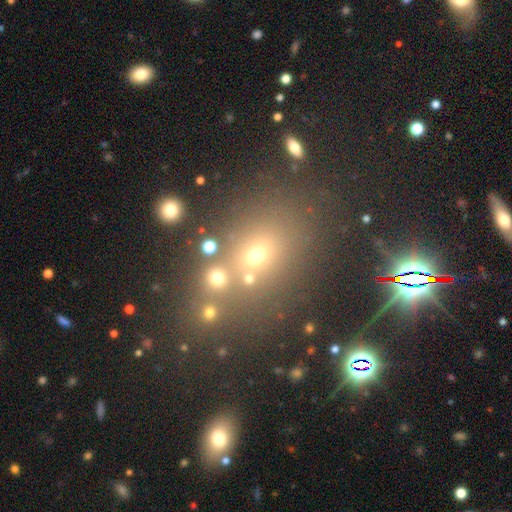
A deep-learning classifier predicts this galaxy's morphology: Overall: smooth (56%; star or artifact 29%). How rounded: in between (59%; round 37%). Merging: none (65%).